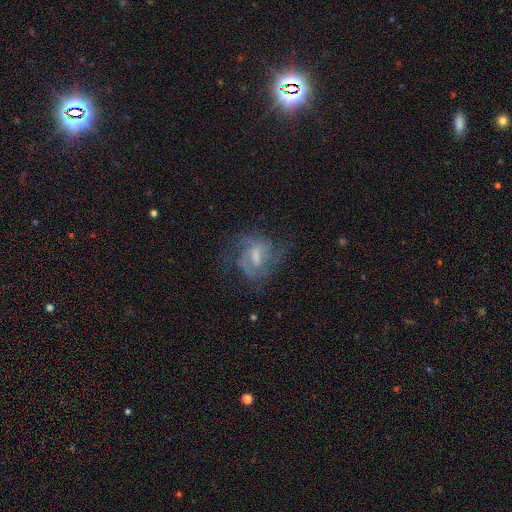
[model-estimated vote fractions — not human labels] This is likely a featured or disk galaxy (75%). It is clearly not viewed edge-on (96%). Bar: possibly weak (54%). Spiral arm pattern: clearly yes (87%). Spiral arm count: marginally 2 (45%). Spiral winding: possibly medium (47%). Central bulge: marginally moderate (39%). Merging: possibly none (57%).